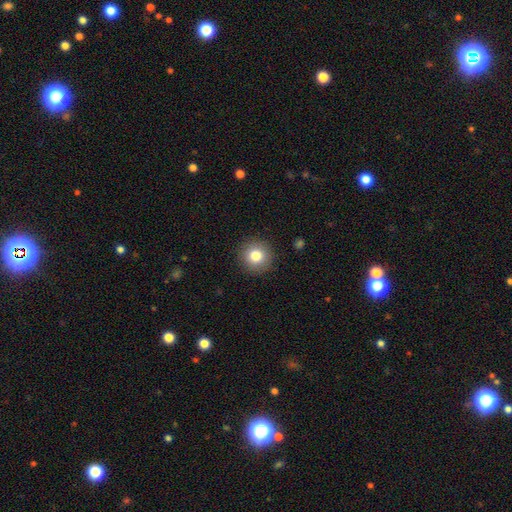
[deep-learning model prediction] smooth 81%, star or artifact 10%, featured or disk 9%. Down the decision tree: how rounded — round (94%); merging — none (91%).